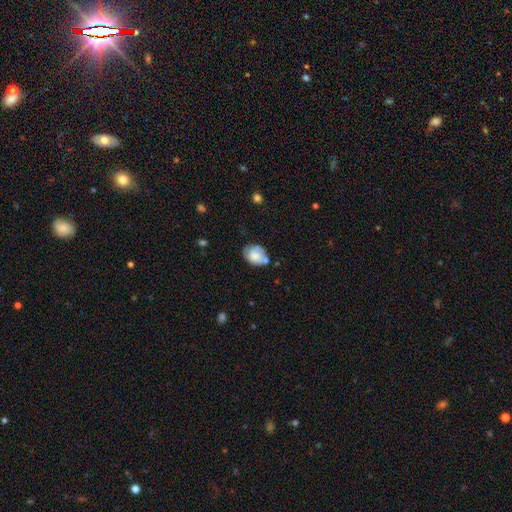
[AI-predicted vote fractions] A smooth galaxy with no disk features (63%) that is in between round and cigar-shaped (62%). Merging: none (51%).